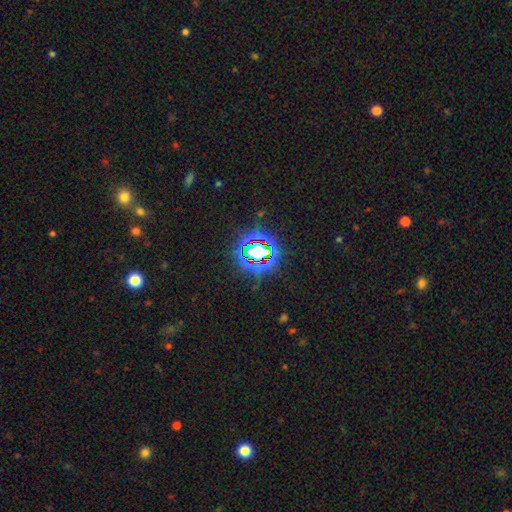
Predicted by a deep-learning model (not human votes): Overall: star or artifact (80%).